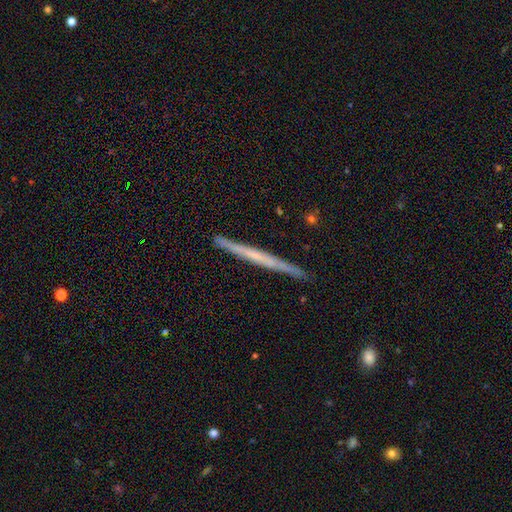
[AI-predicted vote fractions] The model was most divided on "smooth or featured": featured or disk: 61%, smooth: 33%, star or artifact: 6%. More confident: edge-on disk — yes (98%); merging — none (91%); edge-on bulge — none (80%).